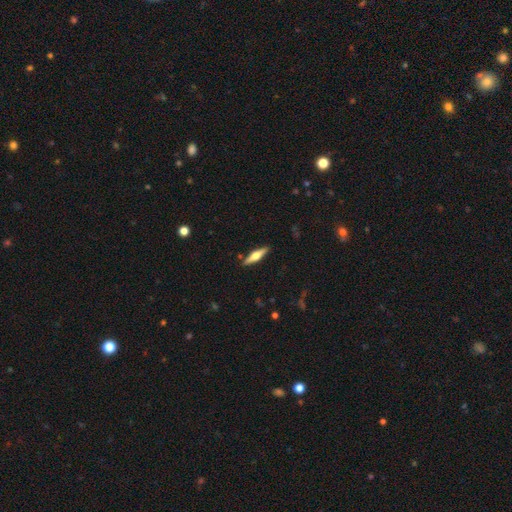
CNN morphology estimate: The model was most divided on "smooth or featured": featured or disk: 61%, smooth: 34%, star or artifact: 5%. More confident: edge-on disk — yes (96%); edge-on bulge — rounded (94%); merging — none (90%).